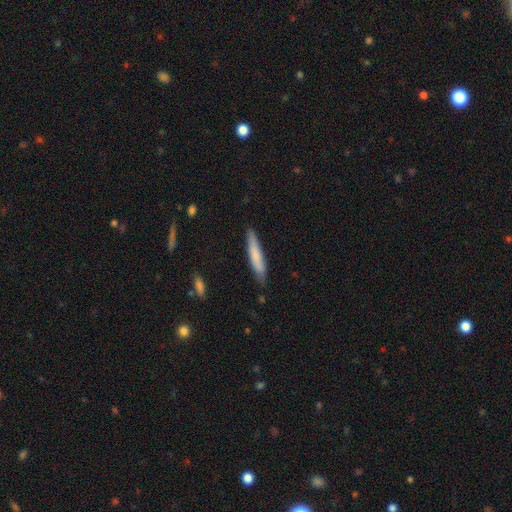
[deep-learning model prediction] Q: Smooth or featured?
A: smooth (74%); runner-up: featured or disk (20%)
Q: How rounded?
A: cigar-shaped (91%); runner-up: in between (8%)
Q: Merging?
A: none (83%); runner-up: minor disturbance (13%)